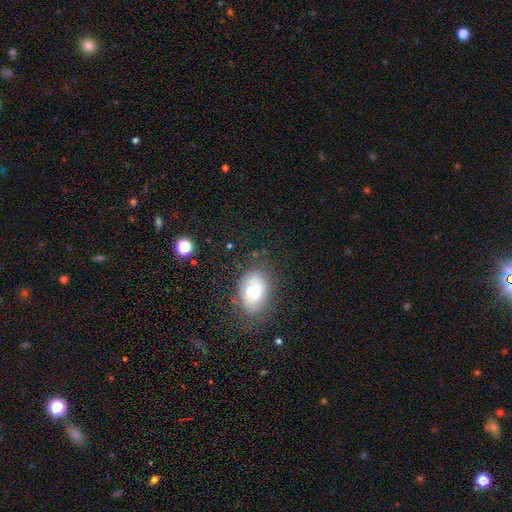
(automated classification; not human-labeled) This is likely a smooth galaxy (63%). How rounded: clearly in between (83%). Merging: likely none (80%).